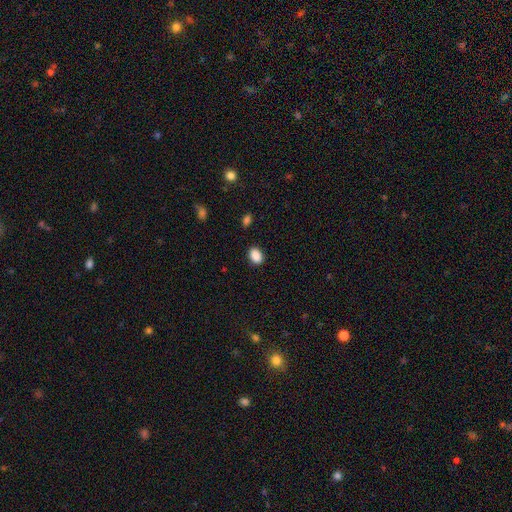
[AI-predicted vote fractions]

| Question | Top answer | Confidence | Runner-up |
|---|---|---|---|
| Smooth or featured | smooth | 89% | star or artifact (8%) |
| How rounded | in between | 75% | round (24%) |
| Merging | none | 88% | minor disturbance (8%) |